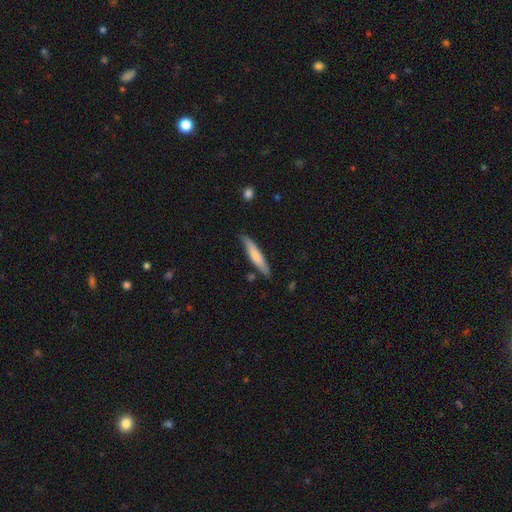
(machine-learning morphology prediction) Smooth or featured? Predicted: smooth (p=0.70). How rounded? Predicted: cigar-shaped (p=0.89). Merging? Predicted: none (p=0.82).